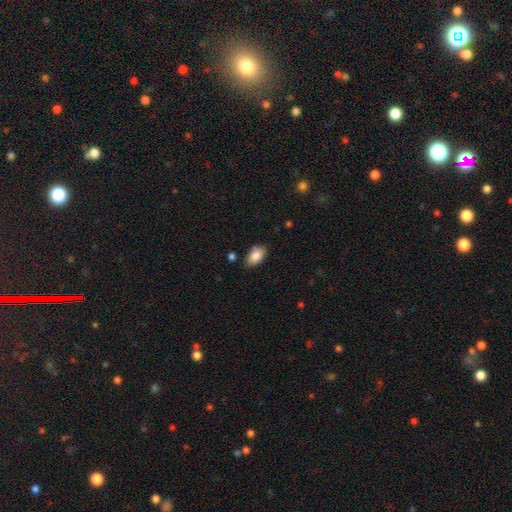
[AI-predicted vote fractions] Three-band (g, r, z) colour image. It shows a smooth galaxy with no disk features (86%) that is in between round and cigar-shaped (92%). Merging: none (78%).